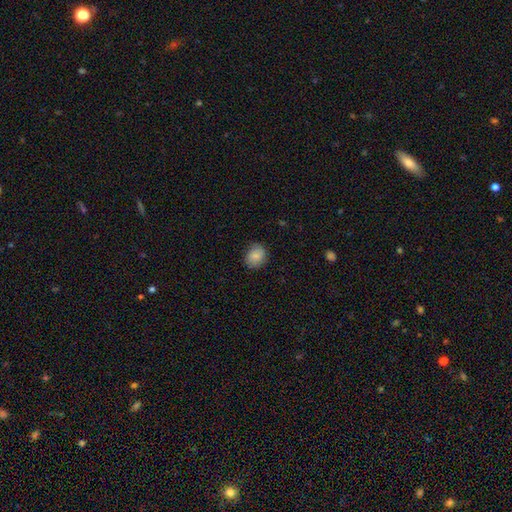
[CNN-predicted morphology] smooth-or-featured: smooth: 85% | star or artifact: 8% | featured or disk: 7%
  how-rounded: round: 65% | in between: 34% | cigar-shaped: 1%
  merging: none: 81% | minor disturbance: 15% | major disturbance: 3% | merger: 1%